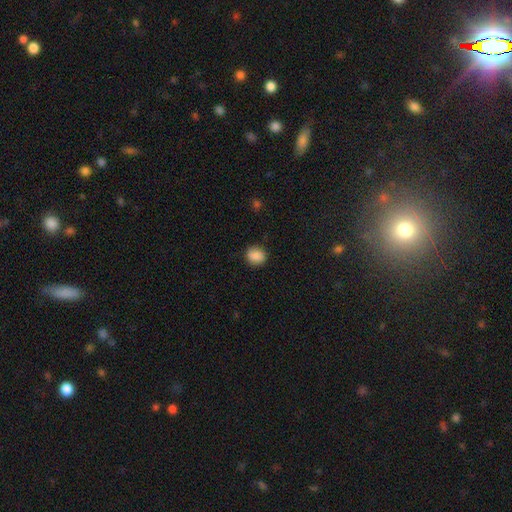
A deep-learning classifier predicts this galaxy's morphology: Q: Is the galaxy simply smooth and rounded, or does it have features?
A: smooth — 87%.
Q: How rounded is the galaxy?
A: round — 73%.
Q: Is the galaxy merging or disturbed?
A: none — 86%.